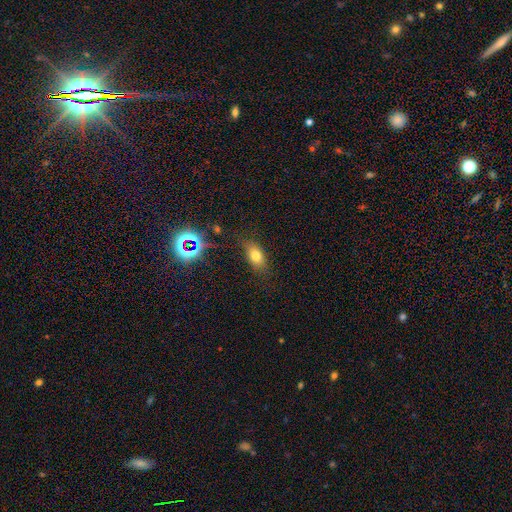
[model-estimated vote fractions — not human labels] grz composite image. It shows a smooth galaxy with no disk features (71%) that is in between round and cigar-shaped (81%). Merging: none (79%).